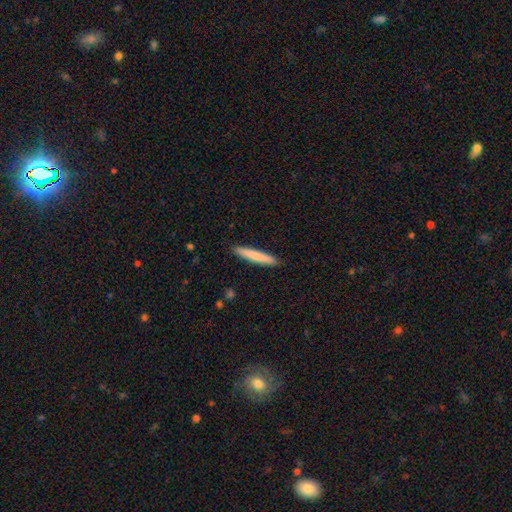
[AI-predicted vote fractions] The model was most divided on "smooth or featured": smooth: 78%, featured or disk: 17%, star or artifact: 5%. More confident: how rounded — cigar-shaped (94%); merging — none (91%).